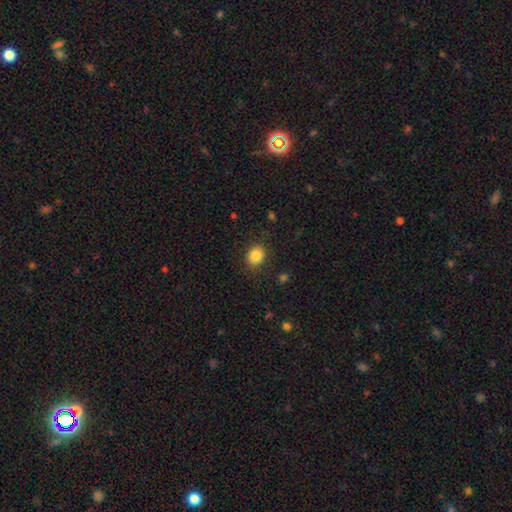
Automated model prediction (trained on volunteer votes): This appears to be a smooth galaxy with no disk features (85%) that is round (66%). Merging: none (87%).